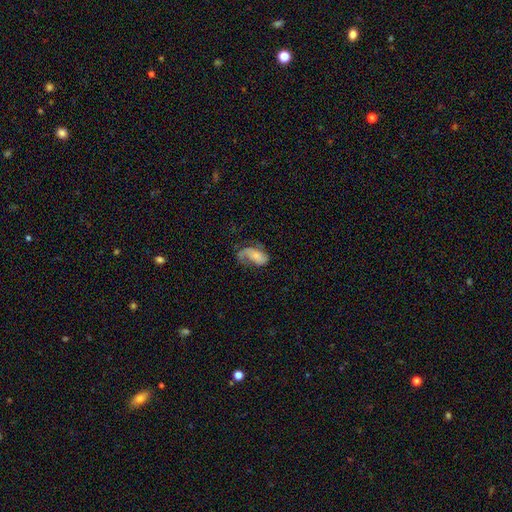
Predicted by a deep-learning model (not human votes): A smooth galaxy with no disk features (50%) that is in between round and cigar-shaped (92%). Merging: major disturbance (39%).